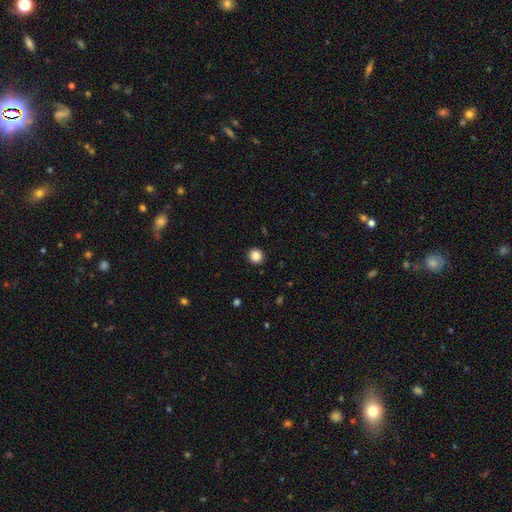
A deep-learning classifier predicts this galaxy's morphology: Smooth or featured: smooth — 86% (star or artifact — 10%)
How rounded: round — 94% (in between — 5%)
Merging: none — 92% (minor disturbance — 5%)